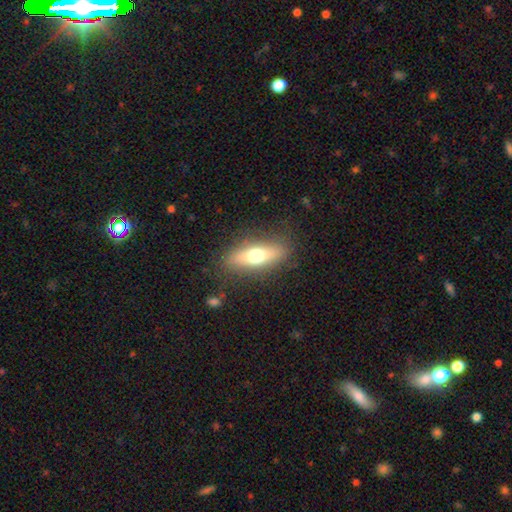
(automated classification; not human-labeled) Morphology: type=smooth (53%); roundness=in between (52%); merging=none (85%).